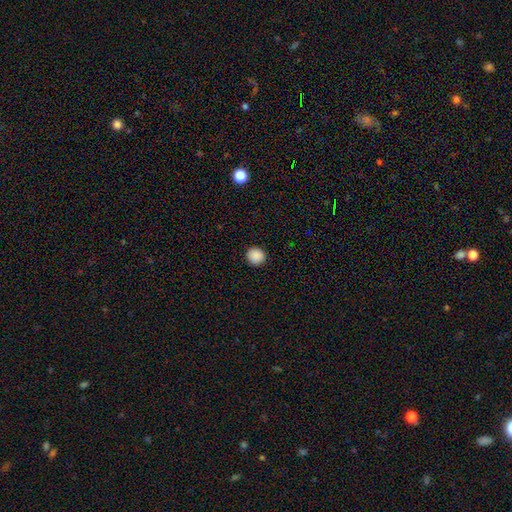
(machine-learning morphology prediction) This appears to be a smooth galaxy with no disk features (89%) that is round (92%). Merging: none (92%).